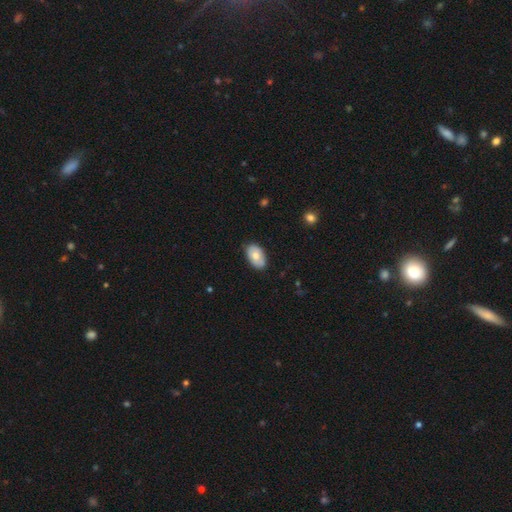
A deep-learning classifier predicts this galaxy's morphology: smooth-or-featured: smooth: 68% | featured or disk: 26% | star or artifact: 6%
  how-rounded: in between: 92% | round: 6% | cigar-shaped: 1%
  merging: none: 81% | minor disturbance: 15% | major disturbance: 2% | merger: 1%